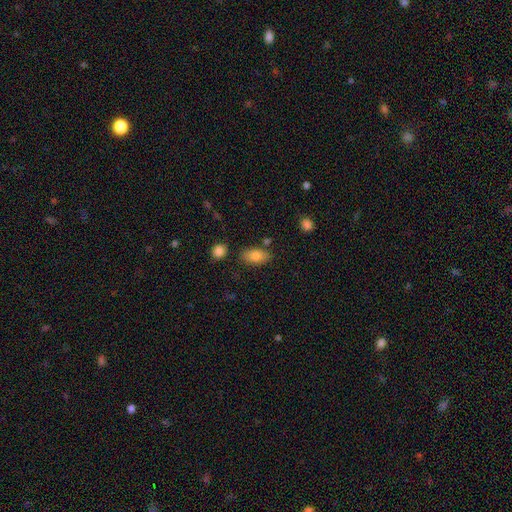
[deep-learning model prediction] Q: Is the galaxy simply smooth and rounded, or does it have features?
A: smooth — 83%.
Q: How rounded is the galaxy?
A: in between — 91%.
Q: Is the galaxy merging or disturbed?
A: none — 79%.